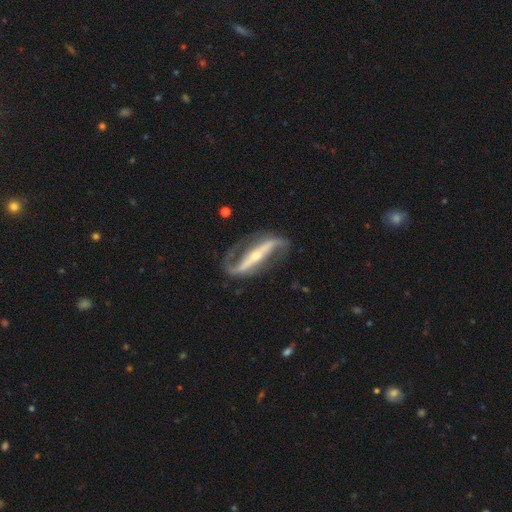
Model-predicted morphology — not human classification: This is clearly a featured or disk galaxy (91%). It is clearly not viewed edge-on (85%). Bar: likely strong (77%). Spiral arm pattern: clearly yes (95%). Spiral arm count: clearly 2 (92%). Spiral winding: possibly loose (54%). Central bulge: likely small (67%). Merging: likely none (77%).